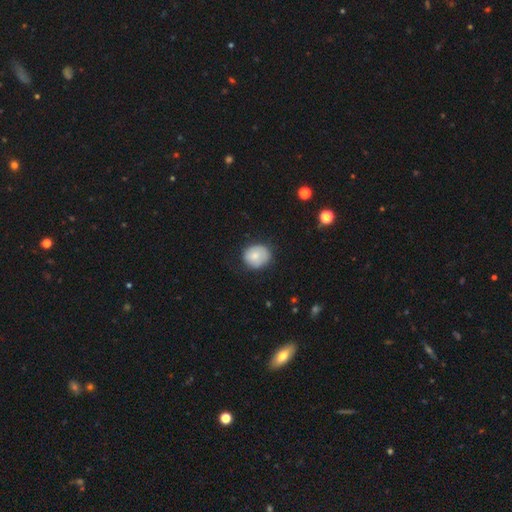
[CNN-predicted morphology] Smooth or featured? smooth (79%)
How rounded? round (75%)
Merging? none (75%)